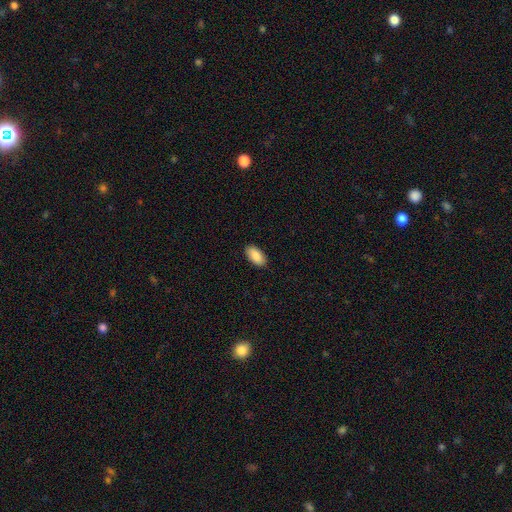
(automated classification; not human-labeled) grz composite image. It shows a smooth galaxy with no disk features (89%) that is in between round and cigar-shaped (95%). Merging: none (89%).